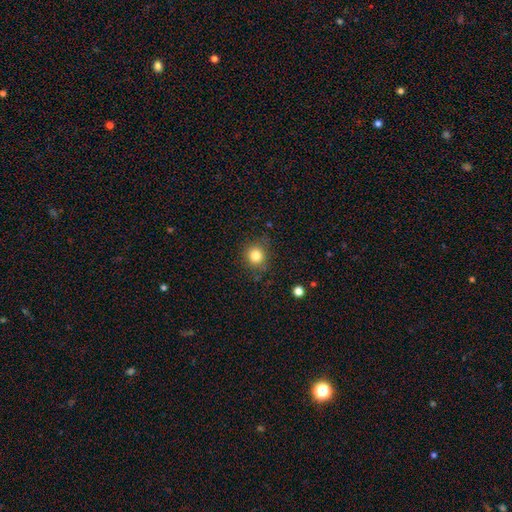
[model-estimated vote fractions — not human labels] Smooth or featured?
  - smooth: 82% *
  - star or artifact: 12%
  - featured or disk: 6%
How rounded?
  - round: 86% *
  - in between: 13%
  - cigar-shaped: 1%
Merging?
  - none: 82% *
  - minor disturbance: 13%
  - major disturbance: 4%
  - merger: 2%